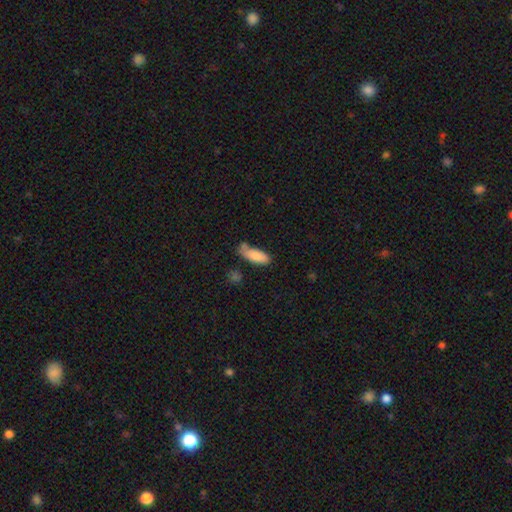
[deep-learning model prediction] Smooth or featured? smooth (84%)
How rounded? in between (69%)
Merging? none (53%)